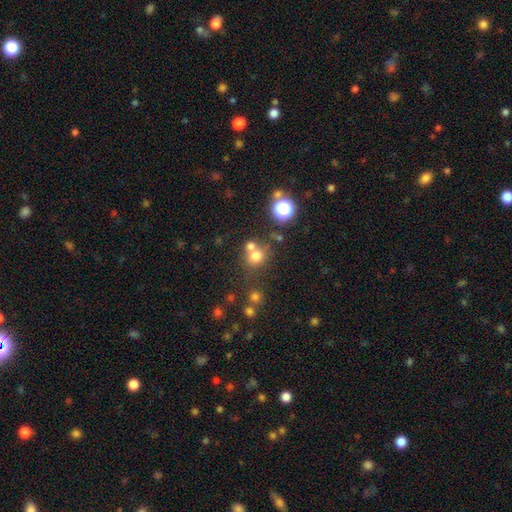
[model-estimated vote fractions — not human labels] Smooth or featured?
  - smooth: 71% *
  - star or artifact: 19%
  - featured or disk: 11%
How rounded?
  - round: 82% *
  - in between: 18%
  - cigar-shaped: 1%
Merging?
  - none: 54% *
  - merger: 32%
  - minor disturbance: 9%
  - major disturbance: 4%